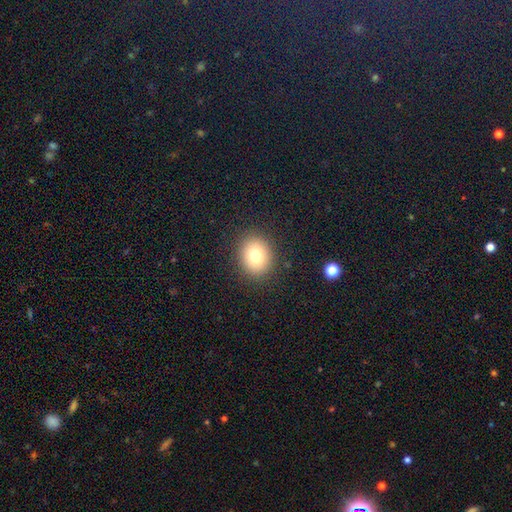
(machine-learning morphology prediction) Smooth or featured? Predicted: smooth (p=0.78). How rounded? Predicted: round (p=0.66). Merging? Predicted: none (p=0.89).